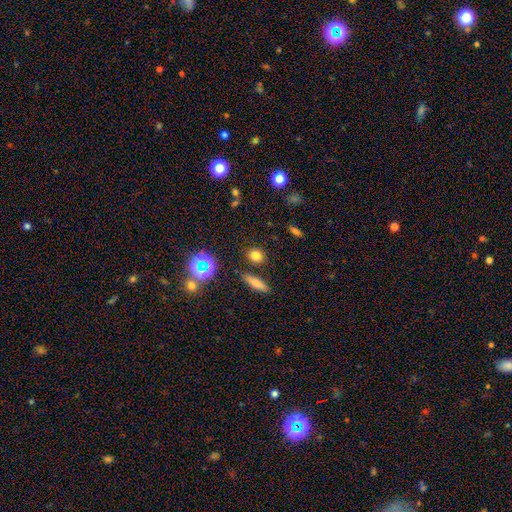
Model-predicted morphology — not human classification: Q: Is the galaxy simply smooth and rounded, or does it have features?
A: smooth — 76%.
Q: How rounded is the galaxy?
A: round — 73%.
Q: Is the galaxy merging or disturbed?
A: none — 85%.